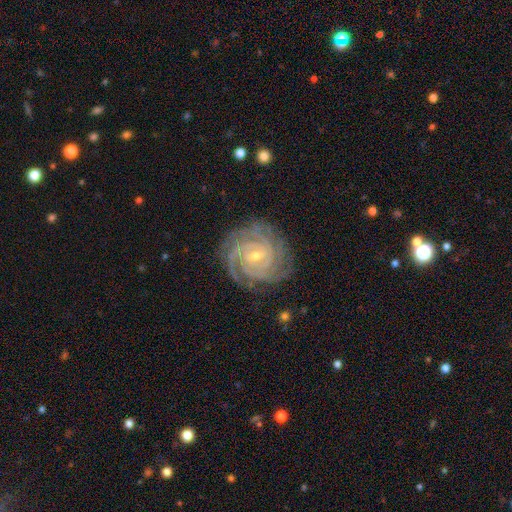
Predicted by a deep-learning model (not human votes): The model was most divided on "spiral arm count": 4: 32%, 3: 25%, can't tell: 14%, 2: 12%, more than 4: 10%, 1: 7%. Remaining: spiral arms — yes (99%); edge-on disk — no (98%); smooth or featured — featured or disk (92%); merging — none (82%); spiral winding — tight (82%); bulge size — small (70%); bar — weak (47%).